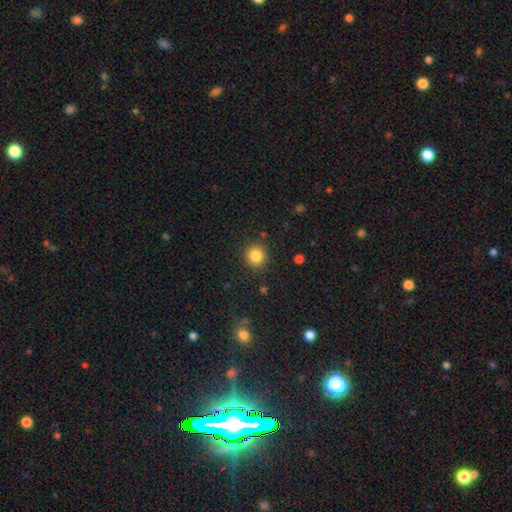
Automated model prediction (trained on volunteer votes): smooth_or_featured: smooth (p=0.84) [alt: star or artifact p=0.11]
how_rounded: round (p=0.90) [alt: in between p=0.09]
merging: none (p=0.89) [alt: minor disturbance p=0.07]